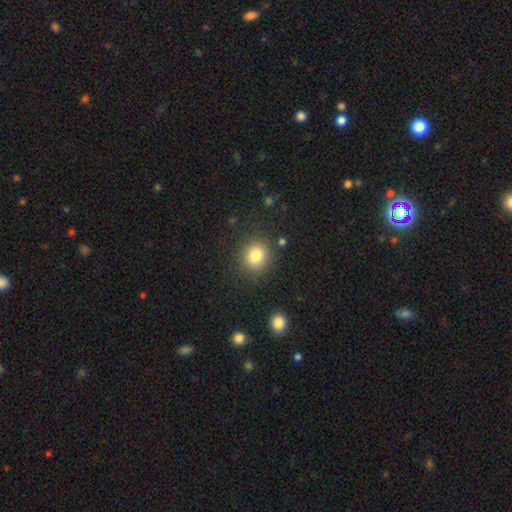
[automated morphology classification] Smooth or featured? Predicted: smooth (p=0.82). How rounded? Predicted: round (p=0.79). Merging? Predicted: none (p=0.85).